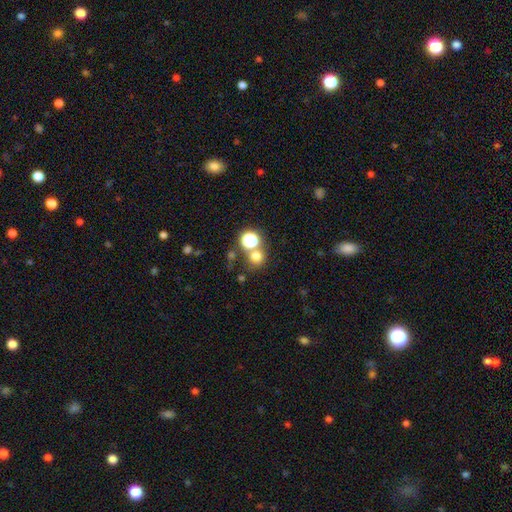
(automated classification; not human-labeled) Q: Smooth or featured?
A: smooth (70%); runner-up: star or artifact (22%)
Q: How rounded?
A: round (88%); runner-up: in between (11%)
Q: Merging?
A: none (65%); runner-up: merger (23%)